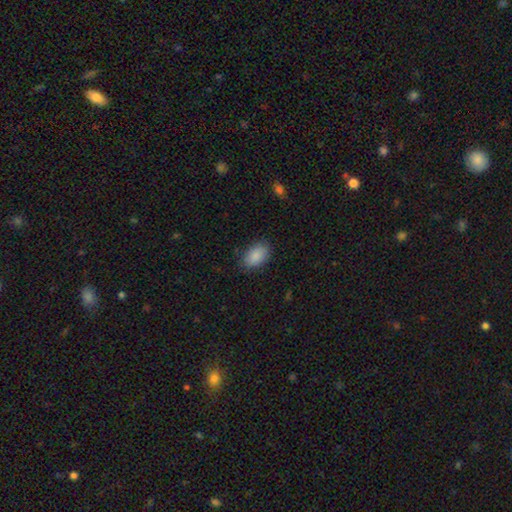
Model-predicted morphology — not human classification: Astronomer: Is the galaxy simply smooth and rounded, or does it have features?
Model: smooth — 89%.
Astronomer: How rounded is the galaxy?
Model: in between — 90%.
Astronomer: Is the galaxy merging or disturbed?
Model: none — 82%.